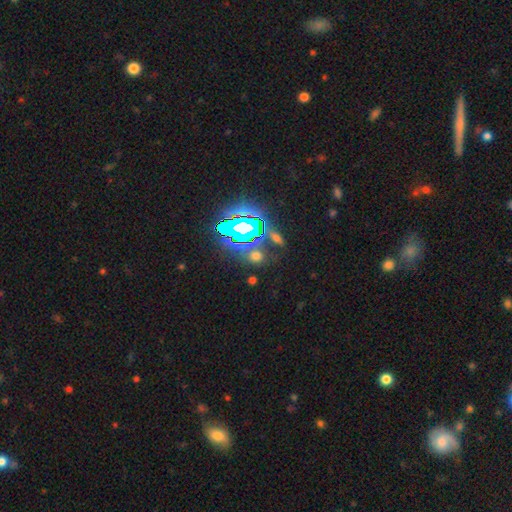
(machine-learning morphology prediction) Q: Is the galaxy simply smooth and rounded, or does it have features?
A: star or artifact — 47%.